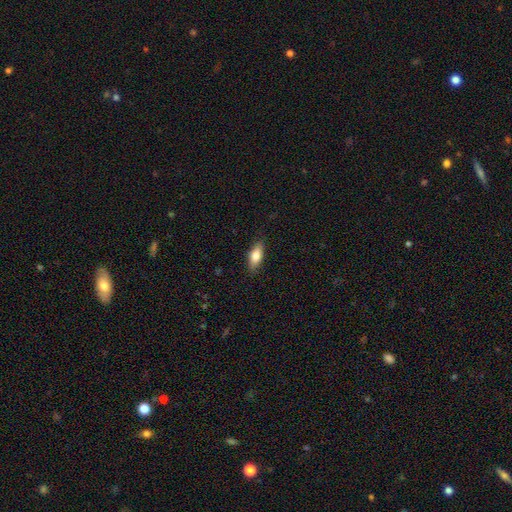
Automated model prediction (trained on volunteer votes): The model was most divided on "how rounded": in between: 73%, cigar-shaped: 24%, round: 3%. More confident: merging — none (86%); smooth or featured — smooth (75%).